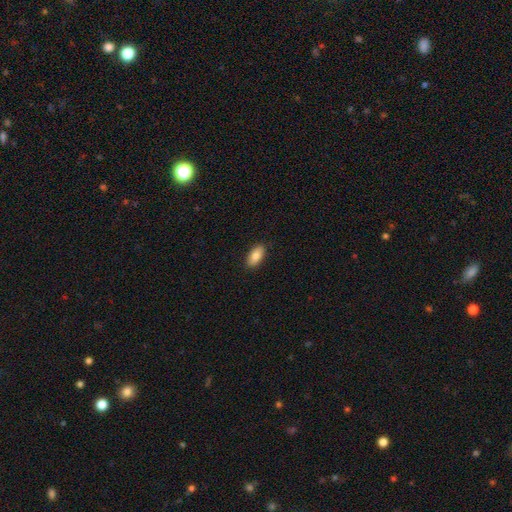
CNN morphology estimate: This is clearly a smooth galaxy (83%). How rounded: clearly in between (92%). Merging: clearly none (89%).